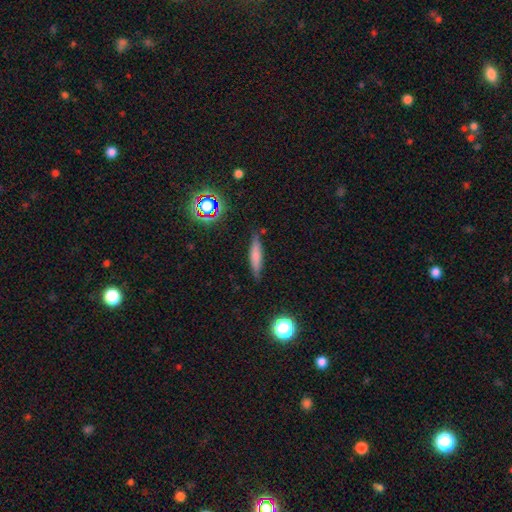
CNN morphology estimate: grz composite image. It shows a smooth galaxy with no disk features (69%) that is cigar-shaped (80%). Merging: none (81%).